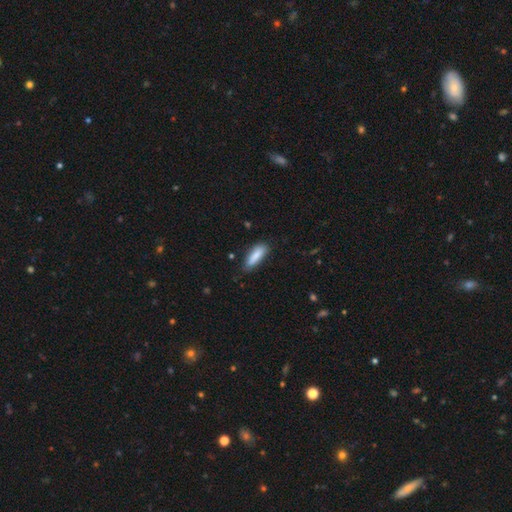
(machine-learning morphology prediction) type=smooth (85%); roundness=cigar-shaped (53%); merging=none (75%).